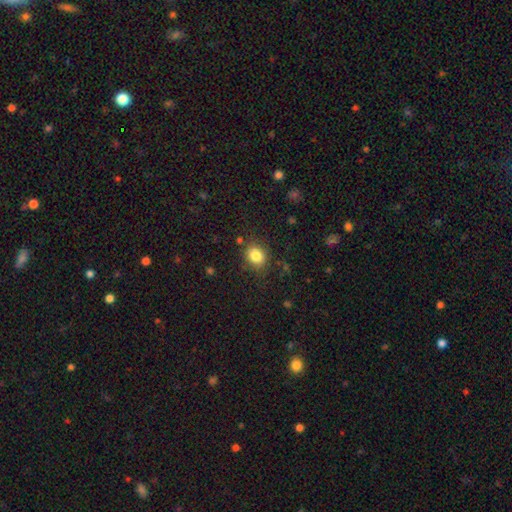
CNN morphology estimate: A smooth galaxy with no disk features (82%) that is round (57%).

Vote fractions:
- Smooth or featured? smooth: 82% / star or artifact: 11% / featured or disk: 7%
- How rounded? round: 57% / in between: 43% / cigar-shaped: 1%
- Merging? none: 82% / minor disturbance: 12% / major disturbance: 4% / merger: 2%